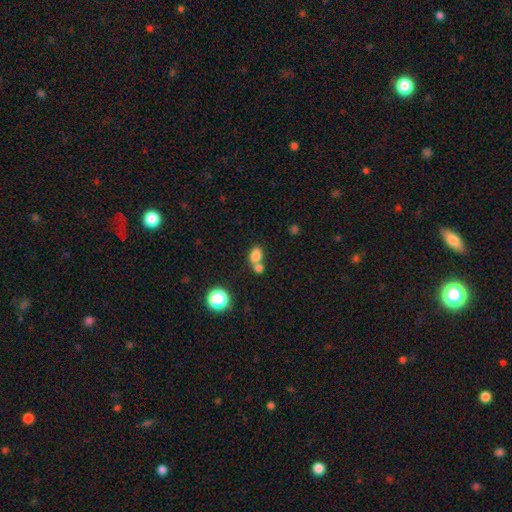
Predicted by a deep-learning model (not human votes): Overall: smooth (80%). How rounded: in between (72%). Merging: merger (46%; none 41%).